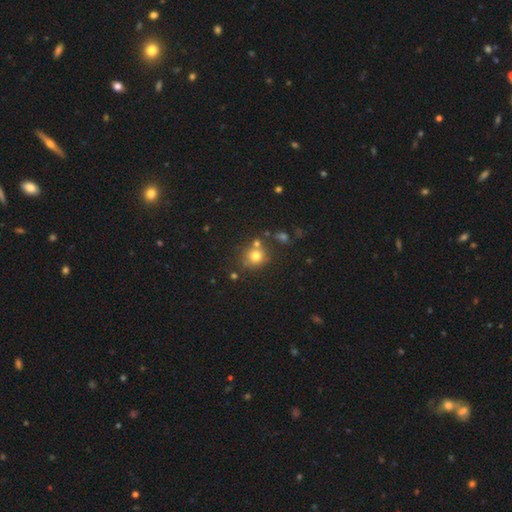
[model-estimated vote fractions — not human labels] Smooth or featured: smooth — 76% (star or artifact — 14%)
How rounded: round — 83% (in between — 16%)
Merging: none — 68% (merger — 16%)